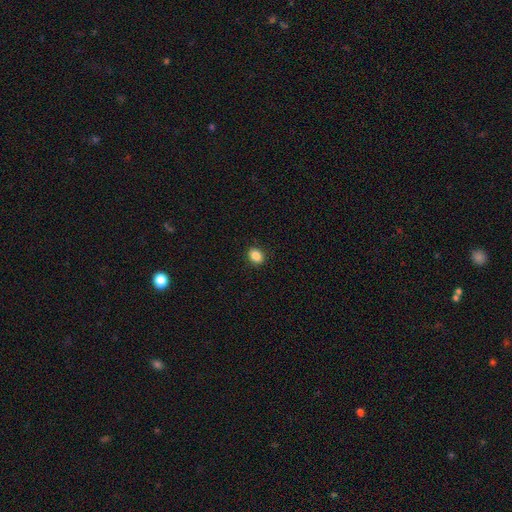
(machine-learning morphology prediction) A smooth galaxy with no disk features (87%) that is in between round and cigar-shaped (56%).

Vote fractions:
- Smooth or featured? smooth: 87% / star or artifact: 10% / featured or disk: 4%
- How rounded? in between: 56% / round: 43% / cigar-shaped: 1%
- Merging? none: 89% / minor disturbance: 8% / major disturbance: 2% / merger: 1%